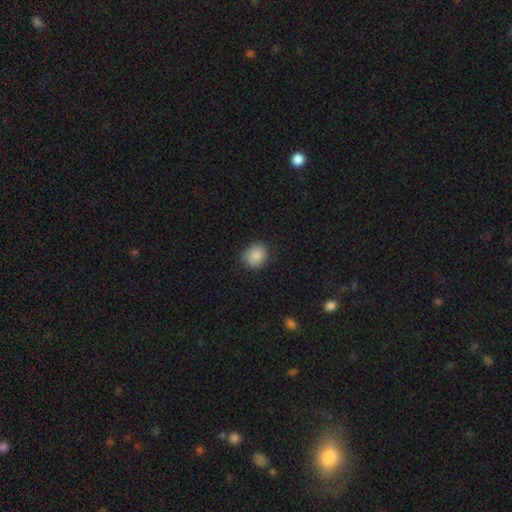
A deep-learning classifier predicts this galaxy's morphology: This appears to be a smooth galaxy with no disk features (88%) that is round (65%). Merging: none (79%).